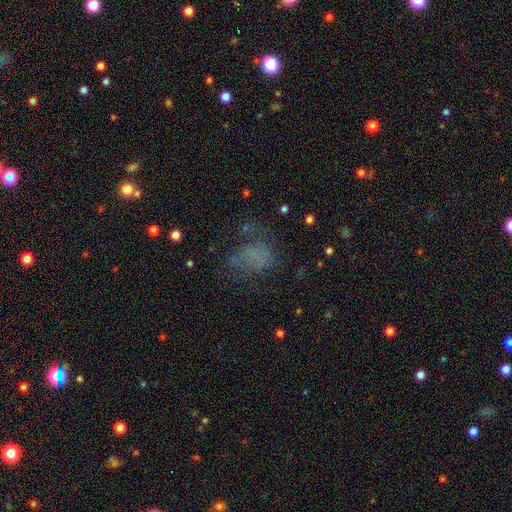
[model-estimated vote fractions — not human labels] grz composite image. It shows a smooth galaxy with no disk features (54%) that is in between round and cigar-shaped (66%). Merging: none (45%).